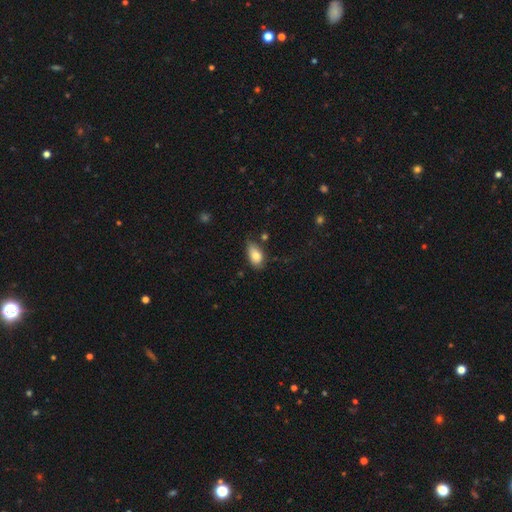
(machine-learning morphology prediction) smooth-or-featured: smooth: 78% | featured or disk: 14% | star or artifact: 8%
  how-rounded: in between: 89% | round: 7% | cigar-shaped: 3%
  merging: none: 56% | minor disturbance: 33% | major disturbance: 7% | merger: 4%